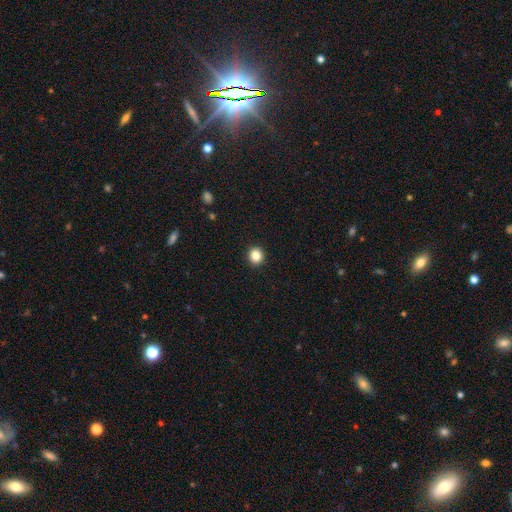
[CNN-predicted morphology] The model was most divided on "how rounded": round: 85%, in between: 14%, cigar-shaped: 1%. More confident: merging — none (93%); smooth or featured — smooth (85%).